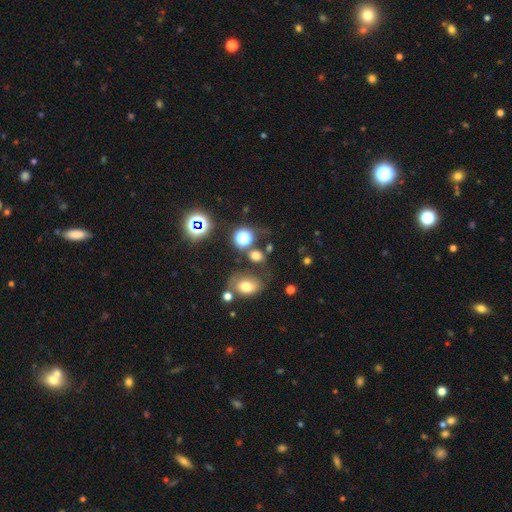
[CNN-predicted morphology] smooth_or_featured: smooth (p=0.64) [alt: star or artifact p=0.23]
how_rounded: round (p=0.50) [alt: in between p=0.49]
merging: none (p=0.56) [alt: minor disturbance p=0.18]